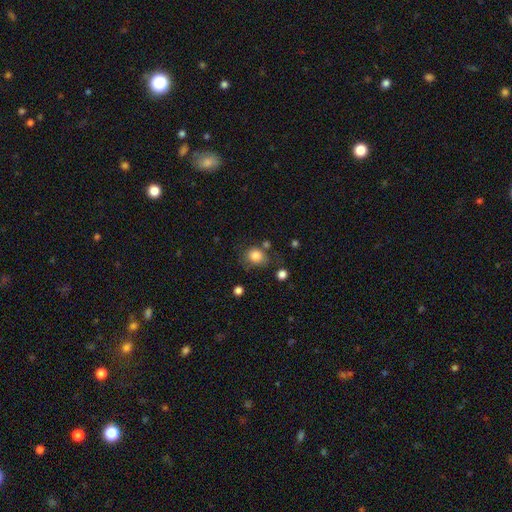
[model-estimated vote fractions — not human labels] Q: Smooth or featured?
A: smooth (82%); runner-up: star or artifact (10%)
Q: How rounded?
A: round (71%); runner-up: in between (28%)
Q: Merging?
A: none (64%); runner-up: minor disturbance (21%)